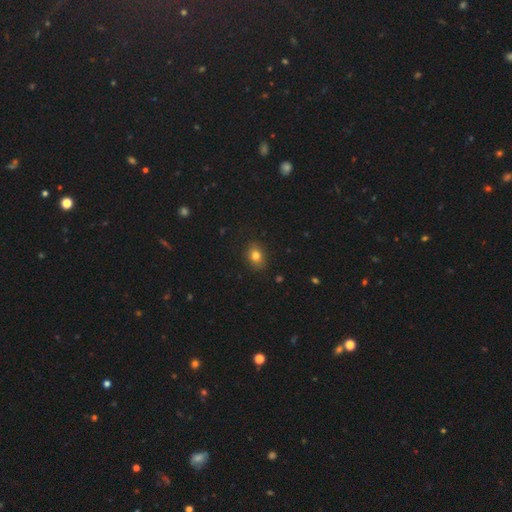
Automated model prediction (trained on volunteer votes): Q: Smooth or featured?
A: smooth (80%); runner-up: star or artifact (11%)
Q: How rounded?
A: in between (65%); runner-up: round (33%)
Q: Merging?
A: none (86%); runner-up: minor disturbance (11%)